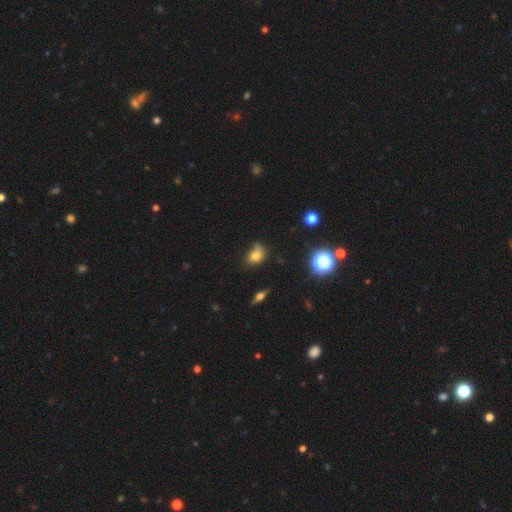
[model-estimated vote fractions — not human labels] This is likely a smooth galaxy (72%). How rounded: possibly in between (52%). Merging: marginally none (40%).